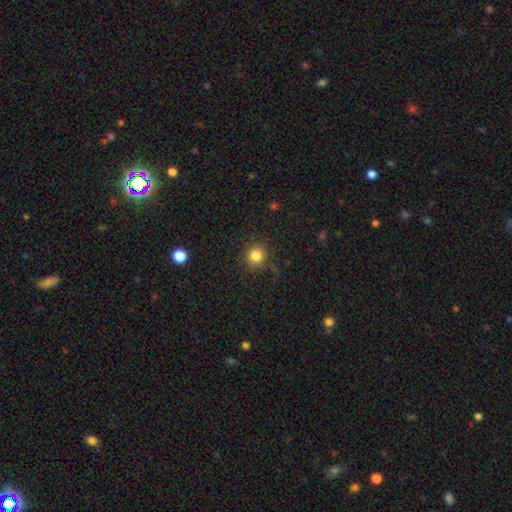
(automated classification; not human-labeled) smooth-or-featured: smooth: 83% | star or artifact: 12% | featured or disk: 5%
  how-rounded: round: 91% | in between: 8% | cigar-shaped: 1%
  merging: none: 84% | minor disturbance: 10% | major disturbance: 4% | merger: 2%